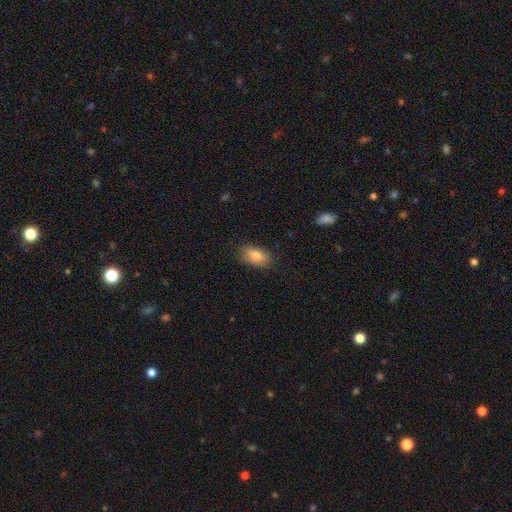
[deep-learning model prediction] Smooth or featured: smooth — 83% (featured or disk — 9%)
How rounded: in between — 90% (round — 7%)
Merging: none — 84% (minor disturbance — 12%)